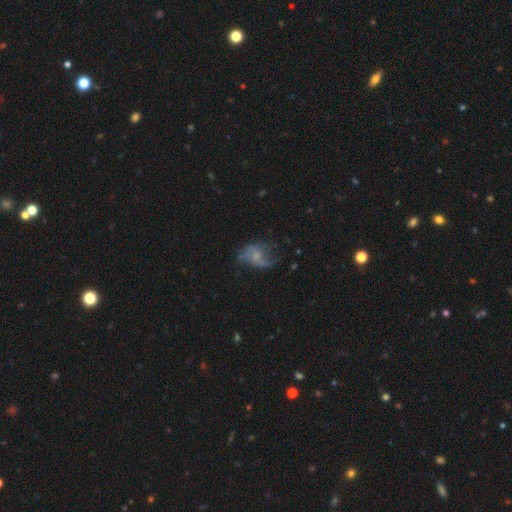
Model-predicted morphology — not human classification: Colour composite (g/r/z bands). It shows a featured or disk galaxy (71%) with no bar (58%), 2 (74%) loose (72%) spiral arms (86%) and a small central bulge (53%). Merging: none (49%).